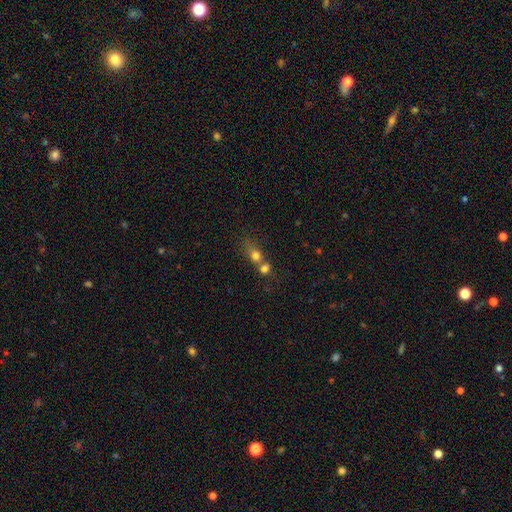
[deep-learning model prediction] Morphology: type=smooth (72%); roundness=round (67%); merging=merger (65%).